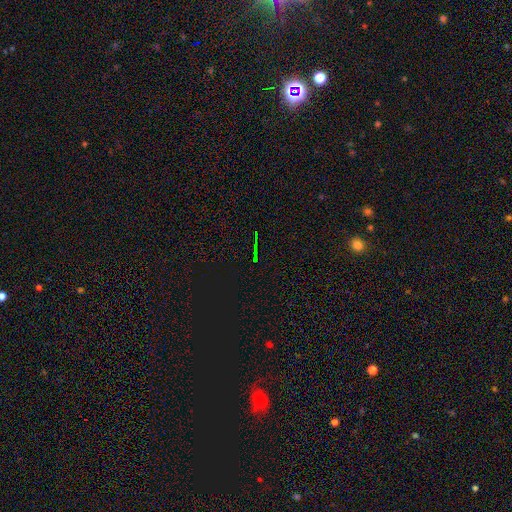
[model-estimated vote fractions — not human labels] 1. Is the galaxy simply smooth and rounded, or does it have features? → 79% star or artifact, 11% featured or disk, 10% smooth.